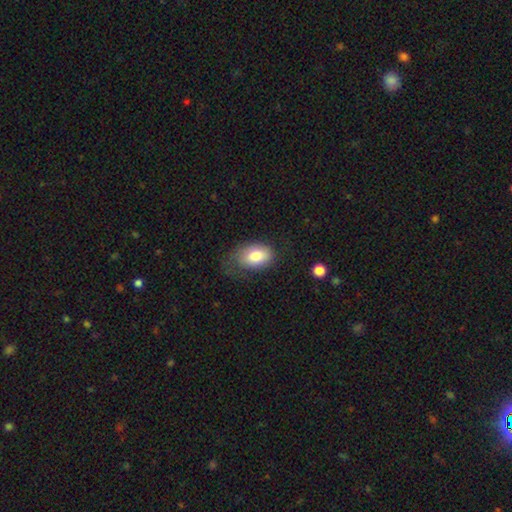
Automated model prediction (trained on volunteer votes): A smooth galaxy with no disk features (80%) that is in between round and cigar-shaped (89%). Merging: none (55%).